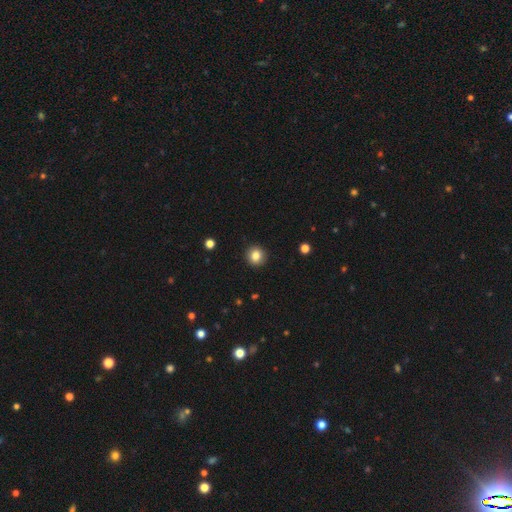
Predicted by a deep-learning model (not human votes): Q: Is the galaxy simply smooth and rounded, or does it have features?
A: smooth — 84%.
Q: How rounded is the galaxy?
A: round — 93%.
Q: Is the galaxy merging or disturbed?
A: none — 93%.